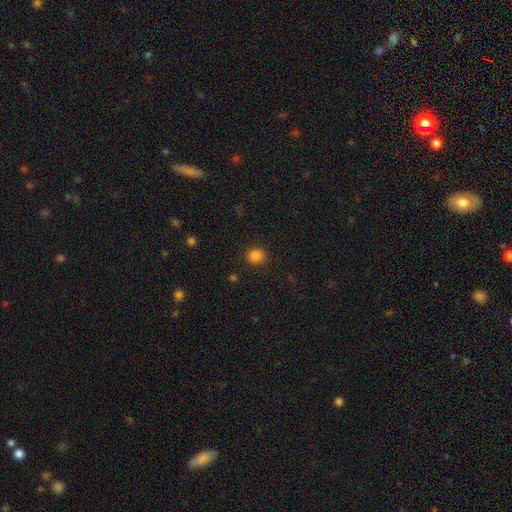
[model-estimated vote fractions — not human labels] A smooth galaxy with no disk features (84%) that is round (69%). Merging: none (87%).